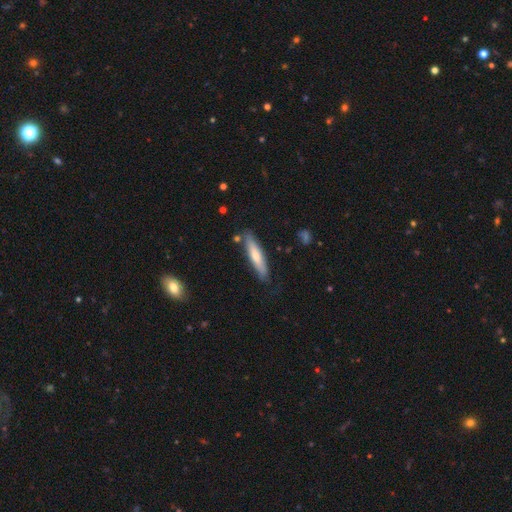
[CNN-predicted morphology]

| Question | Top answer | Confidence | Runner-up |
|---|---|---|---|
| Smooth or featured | smooth | 61% | featured or disk (33%) |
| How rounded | cigar-shaped | 82% | in between (17%) |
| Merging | none | 80% | minor disturbance (14%) |